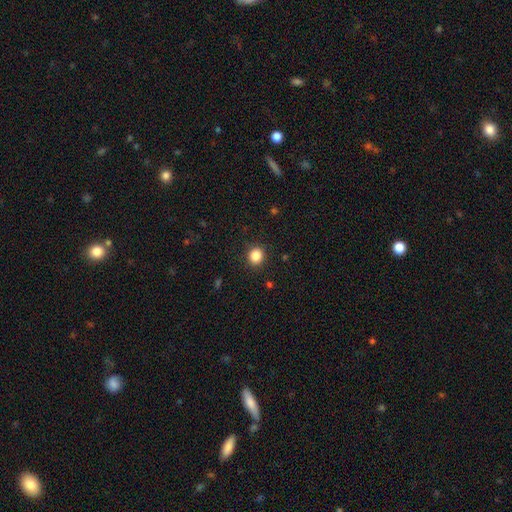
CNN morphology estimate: Smooth or featured: smooth — 86% (star or artifact — 11%)
How rounded: round — 84% (in between — 15%)
Merging: none — 90% (minor disturbance — 6%)